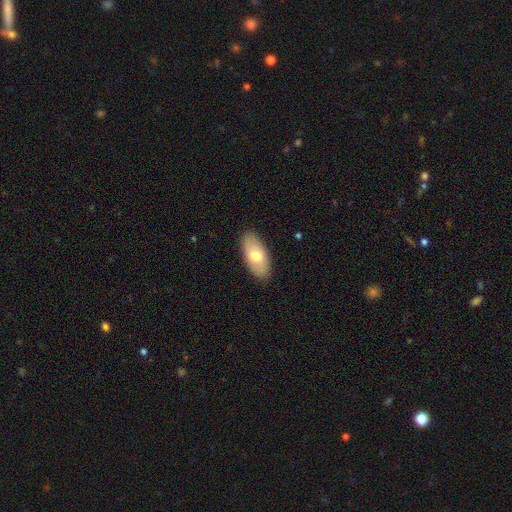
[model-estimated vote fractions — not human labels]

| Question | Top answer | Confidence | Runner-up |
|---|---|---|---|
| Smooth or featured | smooth | 68% | featured or disk (26%) |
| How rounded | in between | 91% | cigar-shaped (6%) |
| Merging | none | 88% | minor disturbance (9%) |